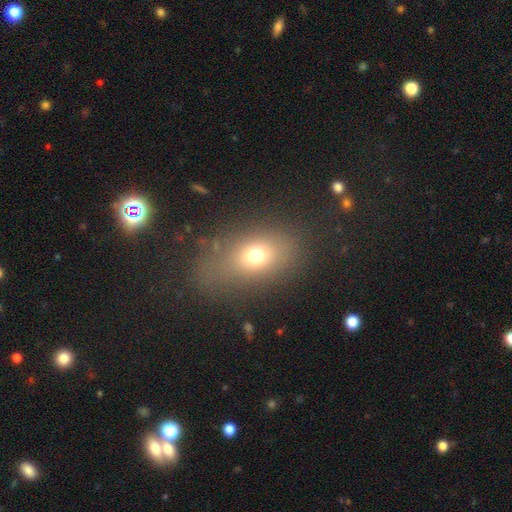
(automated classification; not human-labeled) smooth 69%, star or artifact 16%, featured or disk 15%. Down the decision tree: how rounded — in between (67%); merging — none (63%).